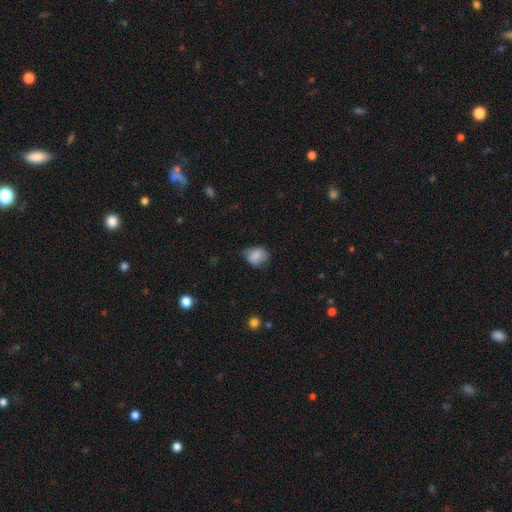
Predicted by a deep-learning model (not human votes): A smooth galaxy with no disk features (82%) that is round (56%). Merging: none (53%).